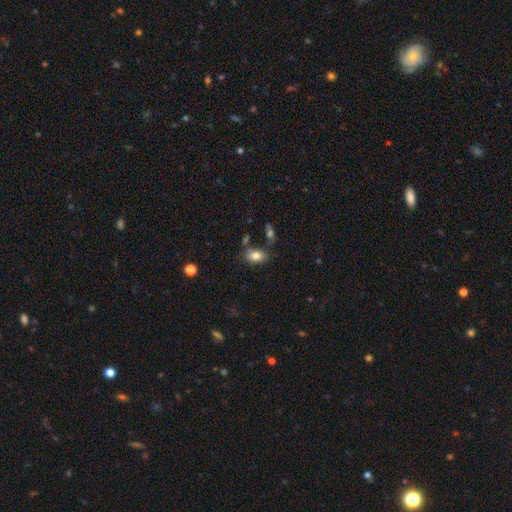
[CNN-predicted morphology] Smooth or featured: smooth — 82% (featured or disk — 9%)
How rounded: in between — 87% (round — 11%)
Merging: none — 71% (minor disturbance — 15%)